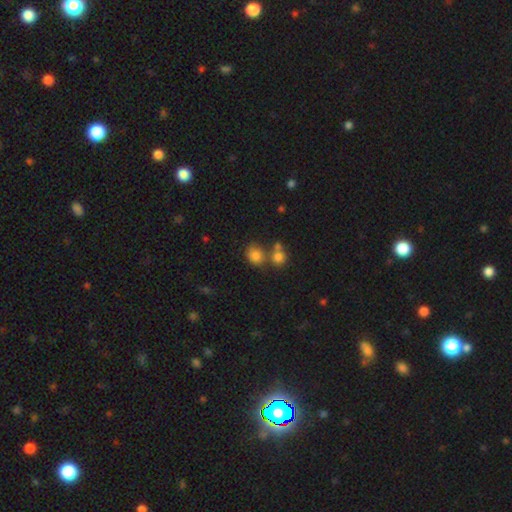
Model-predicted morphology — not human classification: Overall: smooth (79%). How rounded: round (66%; in between 33%). Merging: none (53%; merger 30%).